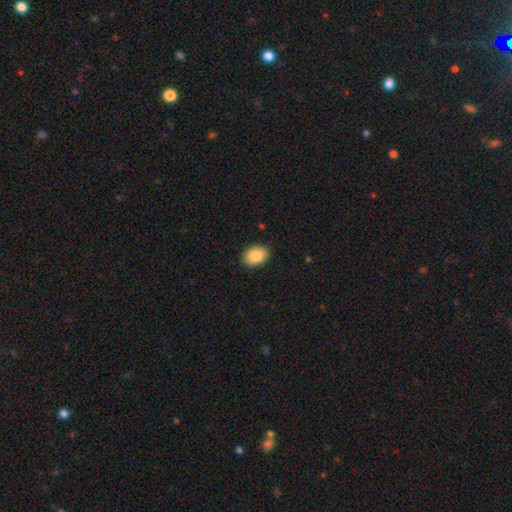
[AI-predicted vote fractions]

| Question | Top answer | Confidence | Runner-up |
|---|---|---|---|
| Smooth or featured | smooth | 87% | star or artifact (7%) |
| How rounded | in between | 74% | round (25%) |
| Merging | none | 90% | minor disturbance (8%) |